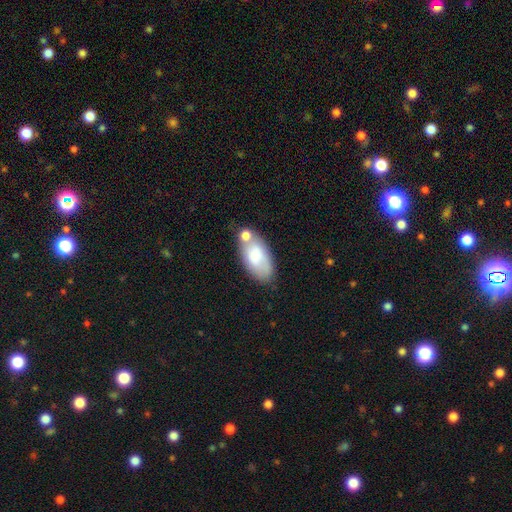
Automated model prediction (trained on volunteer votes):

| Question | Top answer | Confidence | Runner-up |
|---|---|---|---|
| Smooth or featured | smooth | 71% | featured or disk (22%) |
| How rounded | in between | 93% | cigar-shaped (4%) |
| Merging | none | 52% | merger (23%) |